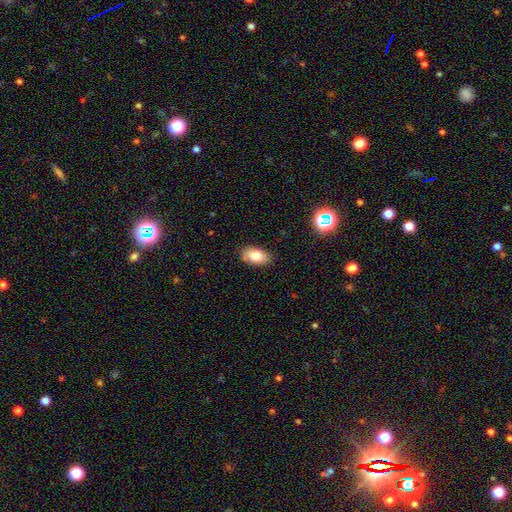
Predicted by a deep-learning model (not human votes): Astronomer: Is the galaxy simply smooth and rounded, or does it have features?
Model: smooth — 80%.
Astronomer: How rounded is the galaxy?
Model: in between — 93%.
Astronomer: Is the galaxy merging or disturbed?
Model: none — 85%.